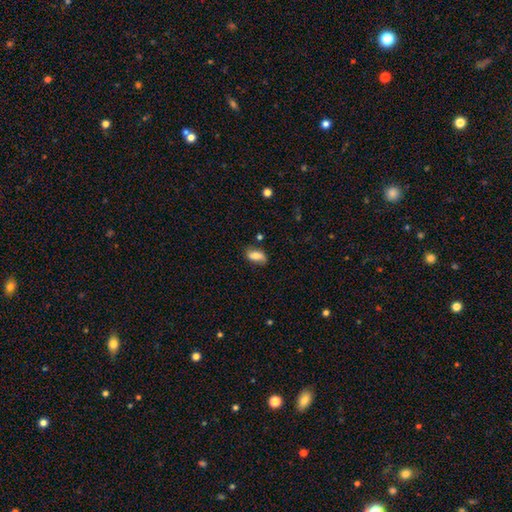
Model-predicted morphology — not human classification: This appears to be a smooth galaxy with no disk features (75%) that is in between round and cigar-shaped (88%). Merging: none (71%).